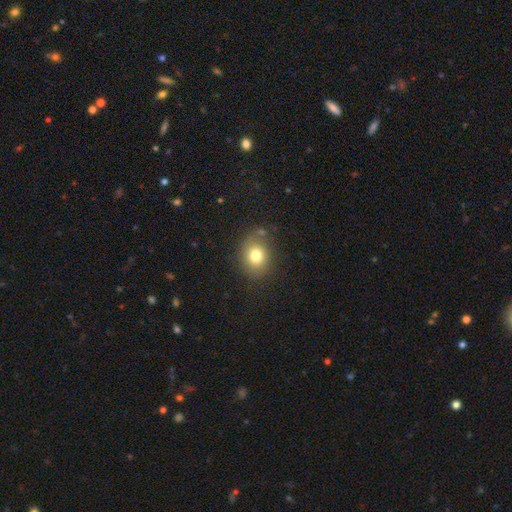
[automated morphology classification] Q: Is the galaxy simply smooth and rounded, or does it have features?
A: smooth — 77%.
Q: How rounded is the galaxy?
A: round — 57%.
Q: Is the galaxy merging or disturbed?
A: none — 76%.